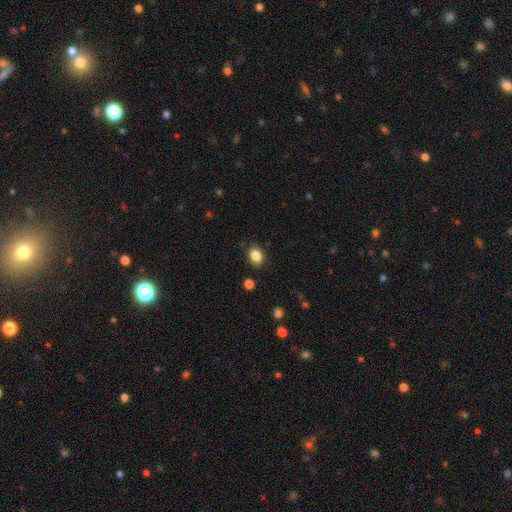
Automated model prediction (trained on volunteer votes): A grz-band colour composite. It shows a smooth galaxy with no disk features (86%) that is in between round and cigar-shaped (65%). Merging: none (84%).